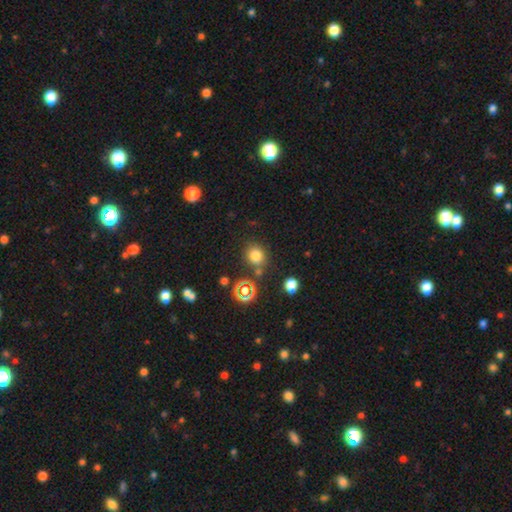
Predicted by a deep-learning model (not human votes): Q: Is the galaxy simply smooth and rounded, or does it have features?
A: smooth — 75%.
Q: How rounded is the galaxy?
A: round — 83%.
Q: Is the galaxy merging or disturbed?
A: none — 75%.